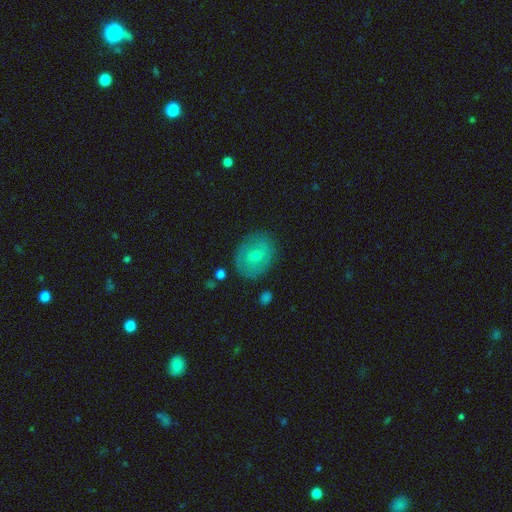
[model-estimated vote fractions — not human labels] Smooth or featured: smooth — 50% (featured or disk — 40%)
How rounded: round — 56% (in between — 43%)
Merging: none — 82% (minor disturbance — 13%)